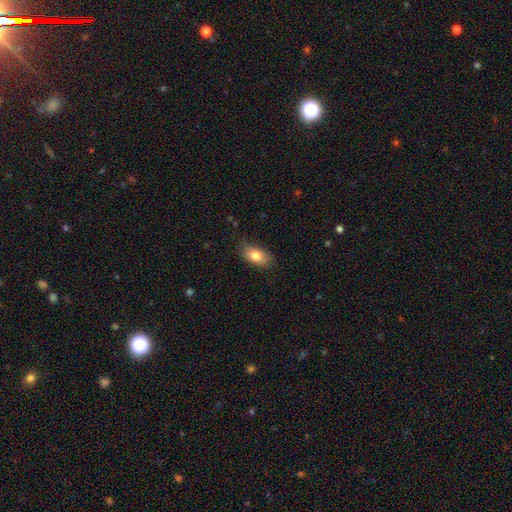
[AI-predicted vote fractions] Smooth or featured: smooth — 81% (featured or disk — 12%)
How rounded: in between — 90% (round — 6%)
Merging: none — 81% (minor disturbance — 15%)